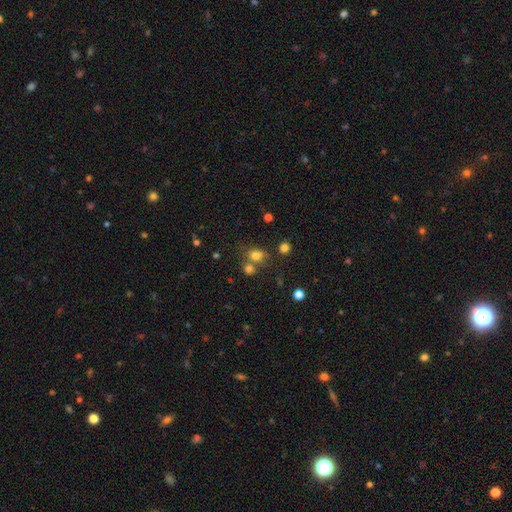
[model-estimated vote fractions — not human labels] Smooth or featured?
  - smooth: 73% *
  - star or artifact: 18%
  - featured or disk: 10%
How rounded?
  - round: 58% *
  - in between: 40%
  - cigar-shaped: 2%
Merging?
  - none: 48% *
  - merger: 32%
  - minor disturbance: 13%
  - major disturbance: 7%